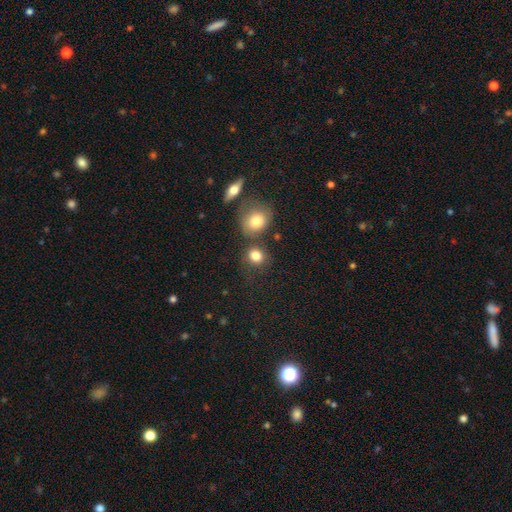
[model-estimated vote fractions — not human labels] smooth_or_featured: smooth (p=0.82) [alt: star or artifact p=0.11]
how_rounded: round (p=0.79) [alt: in between p=0.20]
merging: none (p=0.63) [alt: merger p=0.18]